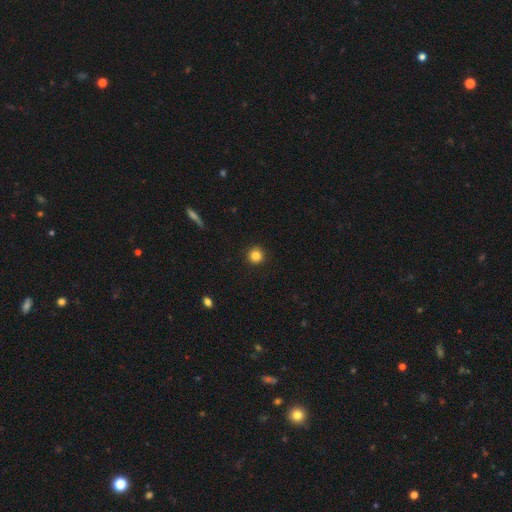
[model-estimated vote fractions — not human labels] A smooth galaxy with no disk features (84%) that is round (95%). Merging: none (92%).